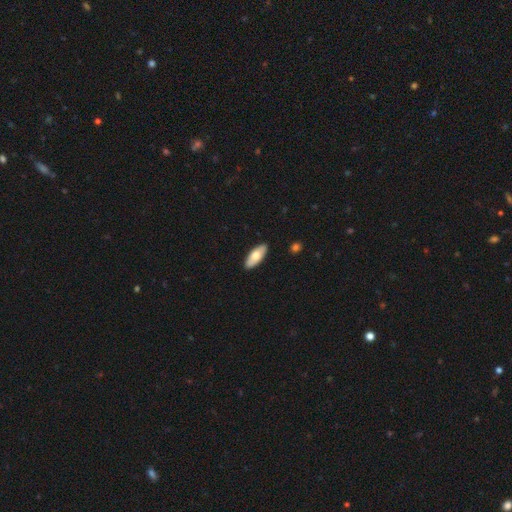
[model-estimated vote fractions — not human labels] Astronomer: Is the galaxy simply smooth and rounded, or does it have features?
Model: smooth — 71%.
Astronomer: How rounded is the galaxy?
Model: in between — 82%.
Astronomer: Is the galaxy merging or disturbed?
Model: none — 90%.